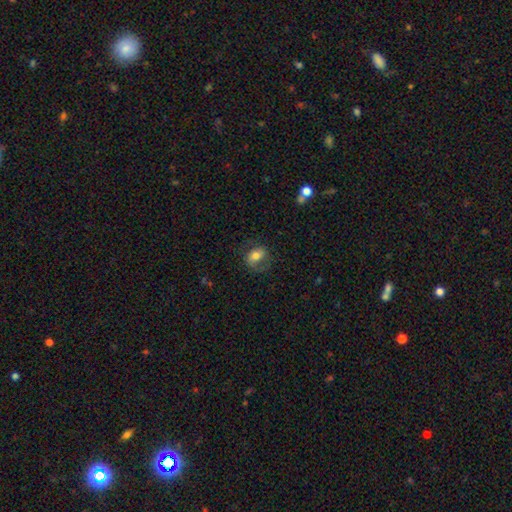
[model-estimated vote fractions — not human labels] A smooth galaxy with no disk features (56%) that is in between round and cigar-shaped (66%).

Vote fractions:
- Smooth or featured? smooth: 56% / featured or disk: 35% / star or artifact: 9%
- How rounded? in between: 66% / round: 32% / cigar-shaped: 2%
- Merging? none: 63% / minor disturbance: 20% / major disturbance: 15% / merger: 1%